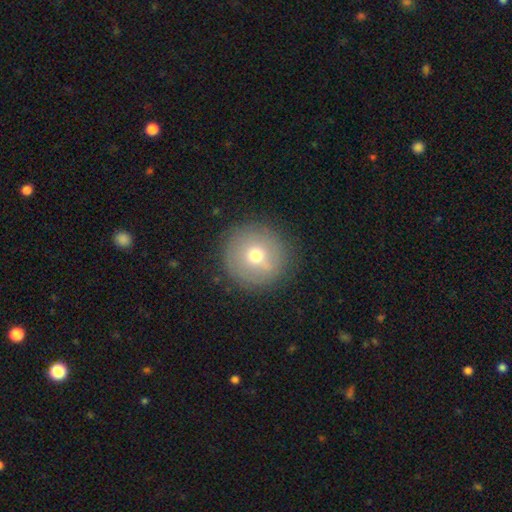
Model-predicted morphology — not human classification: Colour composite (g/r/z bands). It shows a smooth galaxy with no disk features (64%) that is round (96%). Merging: none (87%).